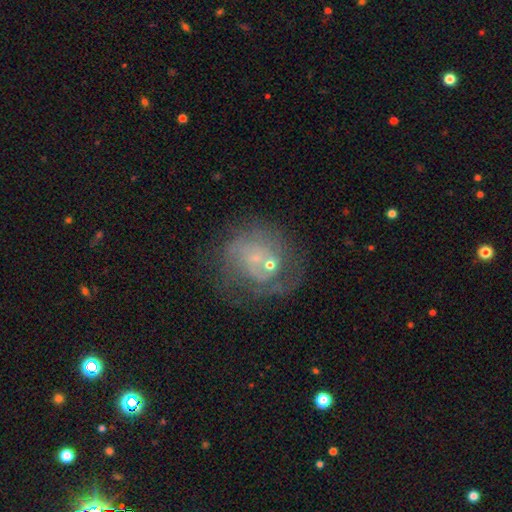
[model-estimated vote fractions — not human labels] This appears to be a featured or disk galaxy (64%) with no bar (77%), spiral arms (66%) and a small central bulge (63%). Merging: none (50%).